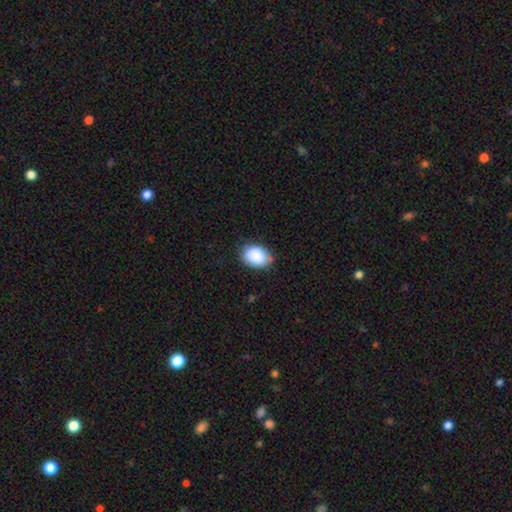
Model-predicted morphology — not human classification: A smooth galaxy with no disk features (89%) that is in between round and cigar-shaped (69%).

Vote fractions:
- Smooth or featured? smooth: 89% / star or artifact: 7% / featured or disk: 4%
- How rounded? in between: 69% / round: 30% / cigar-shaped: 1%
- Merging? none: 75% / minor disturbance: 20% / major disturbance: 4% / merger: 2%